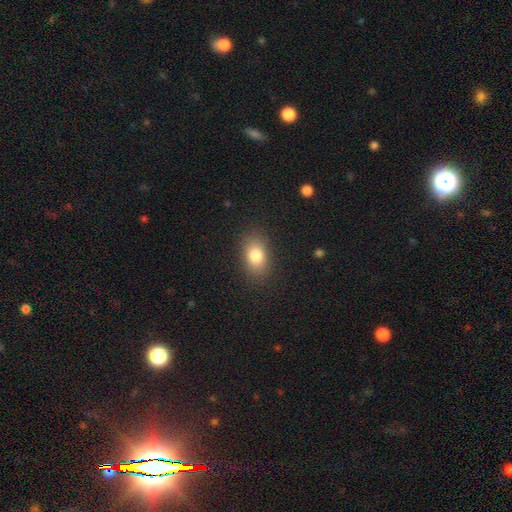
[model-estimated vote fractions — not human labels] Overall: smooth (82%). How rounded: in between (84%). Merging: none (86%).